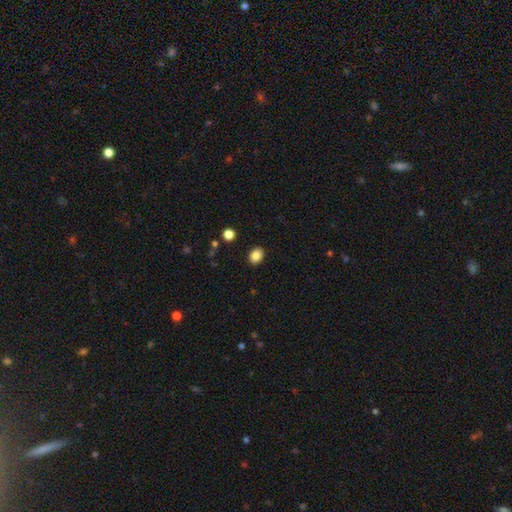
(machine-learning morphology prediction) Smooth or featured?
  - smooth: 86% *
  - star or artifact: 9%
  - featured or disk: 5%
How rounded?
  - in between: 65% *
  - round: 34%
  - cigar-shaped: 1%
Merging?
  - none: 89% *
  - minor disturbance: 8%
  - major disturbance: 2%
  - merger: 1%